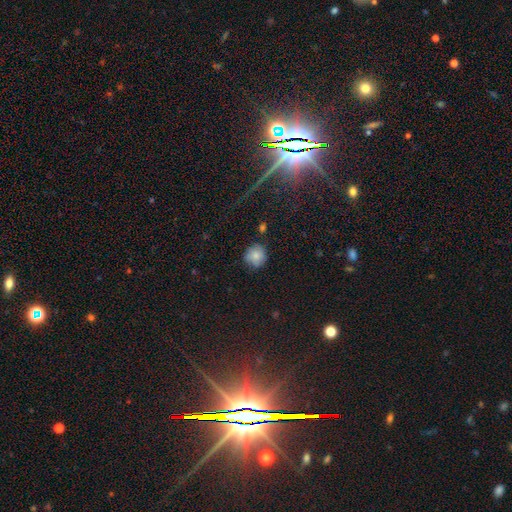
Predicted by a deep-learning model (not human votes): smooth 79%, featured or disk 10%, star or artifact 10%. Down the decision tree: how rounded — round (88%); merging — none (74%).